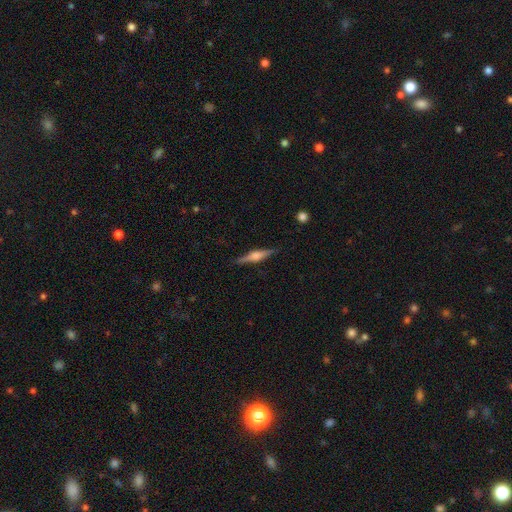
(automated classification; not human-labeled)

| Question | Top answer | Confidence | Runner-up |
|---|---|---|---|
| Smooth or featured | featured or disk | 71% | smooth (23%) |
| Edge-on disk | yes | 98% | no (2%) |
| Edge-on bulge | rounded | 84% | boxy (13%) |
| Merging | none | 89% | minor disturbance (8%) |